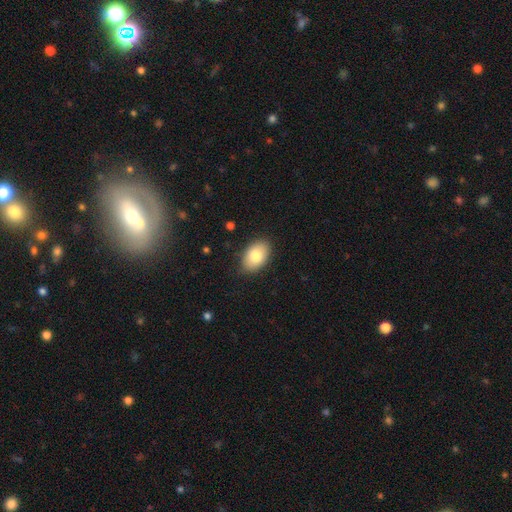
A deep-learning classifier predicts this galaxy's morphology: Q: Smooth or featured?
A: smooth (81%); runner-up: featured or disk (13%)
Q: How rounded?
A: in between (90%); runner-up: round (9%)
Q: Merging?
A: none (84%); runner-up: minor disturbance (12%)